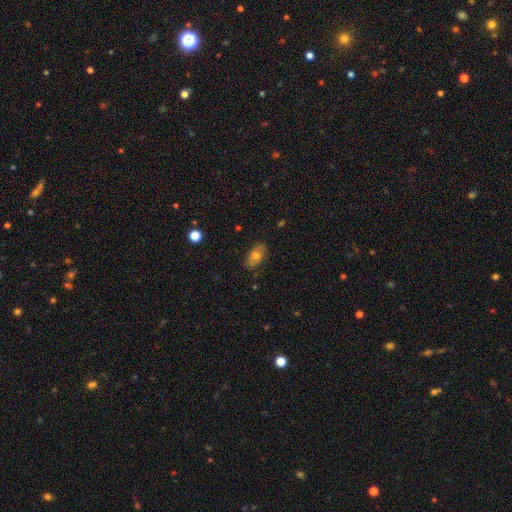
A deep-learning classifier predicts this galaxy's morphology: The model was most divided on "smooth or featured": smooth: 60%, featured or disk: 31%, star or artifact: 9%. More confident: how rounded — in between (89%); merging — none (82%).